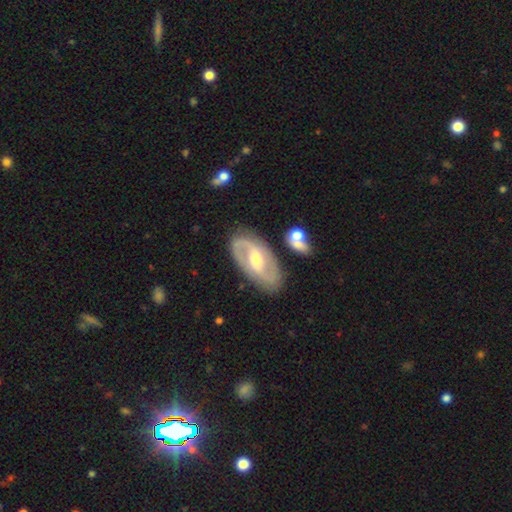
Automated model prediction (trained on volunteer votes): This appears to be a featured or disk galaxy (82%) with a weak bar (49%), 2 (87%) medium (50%) spiral arms (88%) and a moderate central bulge (67%). Merging: none (80%).